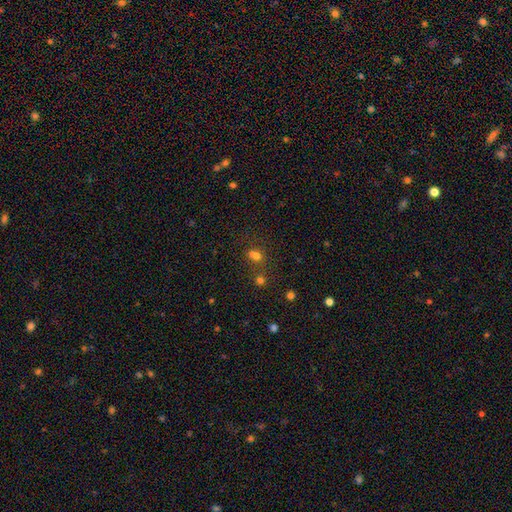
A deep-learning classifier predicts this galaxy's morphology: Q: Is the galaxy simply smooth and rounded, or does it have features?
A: smooth — 68%.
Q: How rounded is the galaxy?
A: round — 52%.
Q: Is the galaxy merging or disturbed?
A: none — 49%.